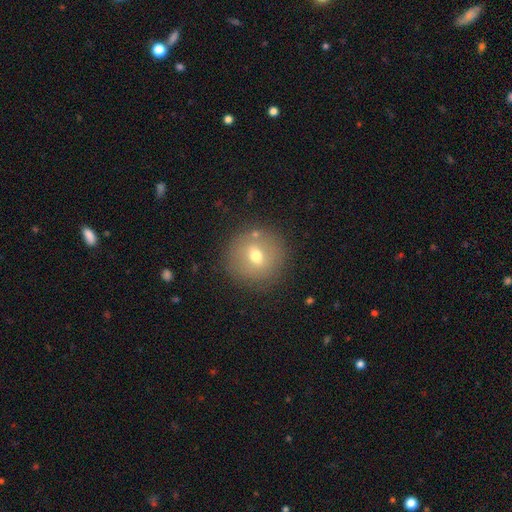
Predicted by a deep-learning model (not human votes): Smooth or featured? smooth (64%)
How rounded? round (93%)
Merging? none (86%)